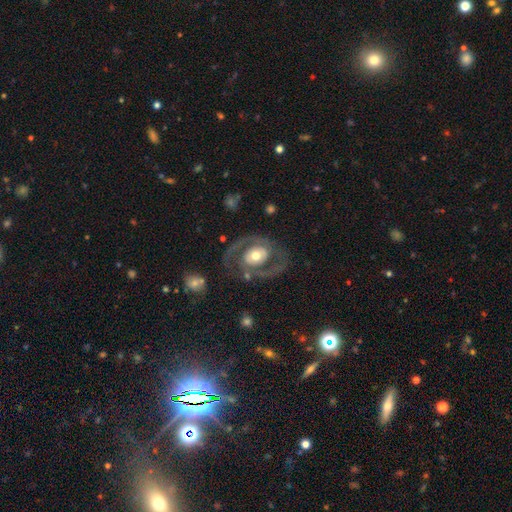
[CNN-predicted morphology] A featured or disk galaxy (78%) with no bar (67%), 2 (85%) medium (49%) spiral arms (71%) and a moderate central bulge (66%). Merging: none (73%).